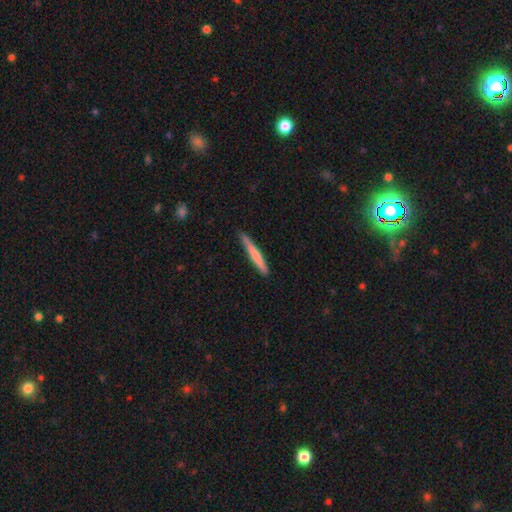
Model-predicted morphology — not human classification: Q: Smooth or featured?
A: smooth (63%); runner-up: featured or disk (32%)
Q: How rounded?
A: cigar-shaped (96%); runner-up: in between (3%)
Q: Merging?
A: none (88%); runner-up: minor disturbance (10%)